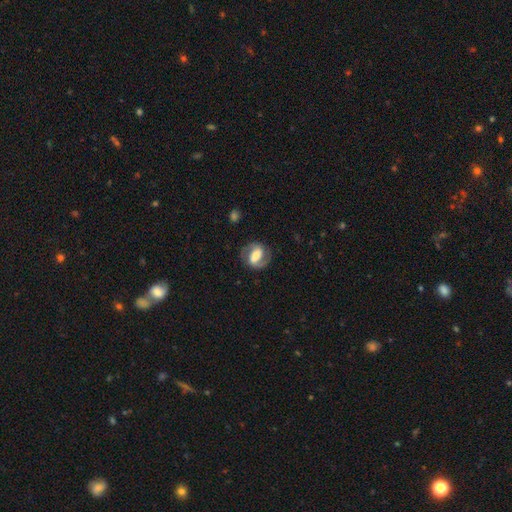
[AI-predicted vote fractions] smooth-or-featured: featured or disk: 72% | smooth: 22% | star or artifact: 6%
  disk-edge-on: no: 96% | yes: 4%
    bar: strong: 50% | weak: 34% | no: 16%
    has-spiral-arms: yes: 88% | no: 12%
      spiral-winding: medium: 51% | tight: 29% | loose: 20%
      spiral-arm-count: 2: 89% | can't tell: 4% | 1: 4% | 3: 1% | 4: 1% | more than 4: 1%
    bulge-size: moderate: 41% | large: 32% | small: 16% | none: 6% | dominant: 5%
  merging: none: 79% | minor disturbance: 13% | major disturbance: 7% | merger: 1%